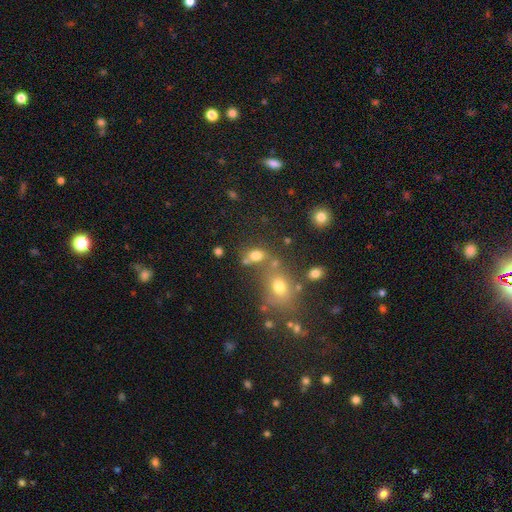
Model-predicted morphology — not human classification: Overall: smooth (72%). How rounded: in between (65%; round 32%). Merging: none (50%; merger 29%).